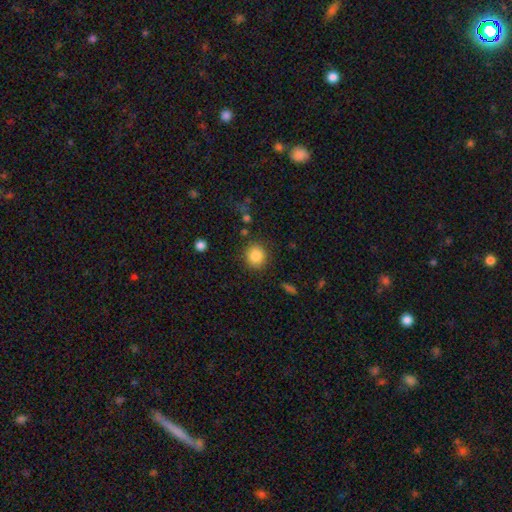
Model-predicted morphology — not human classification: A smooth galaxy with no disk features (85%) that is round (87%). Merging: none (86%).